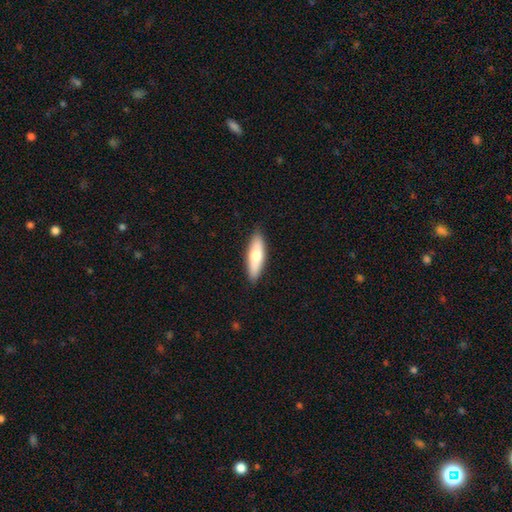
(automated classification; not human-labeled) Smooth or featured?
  - smooth: 65% *
  - featured or disk: 29%
  - star or artifact: 5%
How rounded?
  - cigar-shaped: 55% *
  - in between: 43%
  - round: 2%
Merging?
  - none: 88% *
  - minor disturbance: 9%
  - major disturbance: 2%
  - merger: 1%